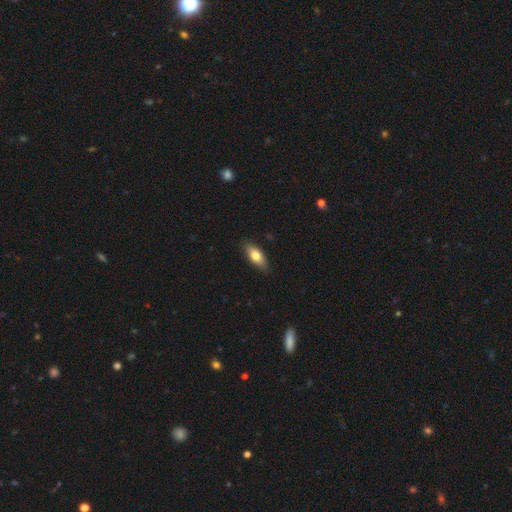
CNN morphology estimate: Smooth or featured?
  - smooth: 75% *
  - featured or disk: 18%
  - star or artifact: 6%
How rounded?
  - in between: 78% *
  - cigar-shaped: 19%
  - round: 3%
Merging?
  - none: 86% *
  - minor disturbance: 11%
  - major disturbance: 2%
  - merger: 1%